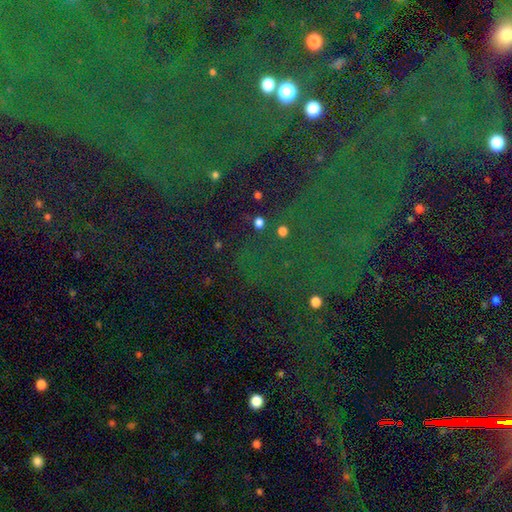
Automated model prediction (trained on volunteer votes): Smooth or featured?
  - star or artifact: 83% *
  - smooth: 9%
  - featured or disk: 8%